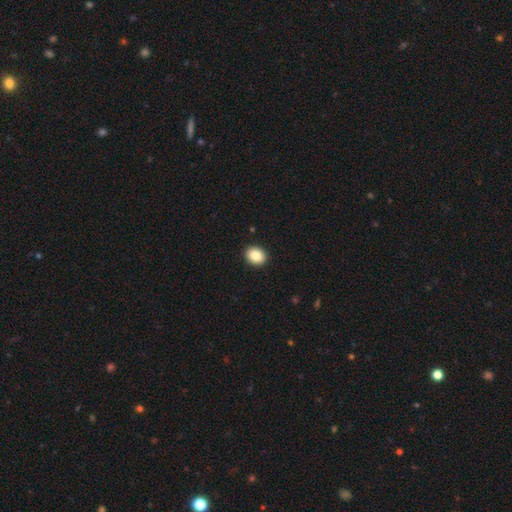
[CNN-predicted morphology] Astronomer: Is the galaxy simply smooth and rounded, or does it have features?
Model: smooth — 85%.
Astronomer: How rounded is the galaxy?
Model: round — 55% (runner-up: in between, 44%).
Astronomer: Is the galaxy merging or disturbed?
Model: none — 92%.